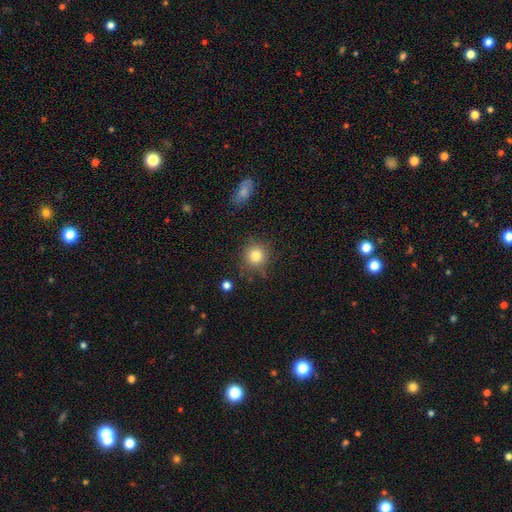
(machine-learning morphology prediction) Overall: smooth (81%). How rounded: round (92%). Merging: none (84%).